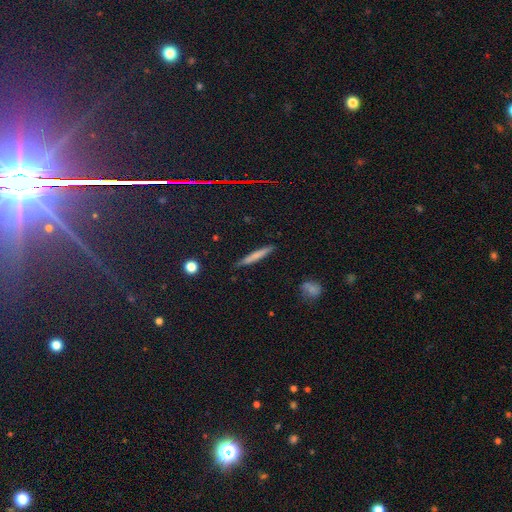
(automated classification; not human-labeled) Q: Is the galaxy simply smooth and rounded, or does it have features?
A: smooth — 64%.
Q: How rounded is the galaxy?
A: cigar-shaped — 94%.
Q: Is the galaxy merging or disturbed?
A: none — 86%.